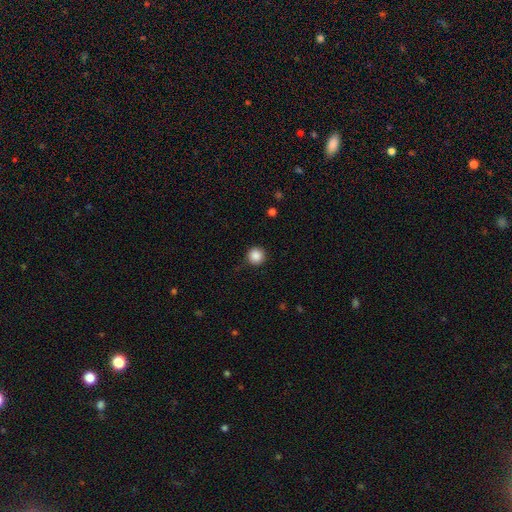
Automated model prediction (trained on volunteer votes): This is clearly a smooth galaxy (88%). How rounded: clearly round (95%). Merging: clearly none (89%).